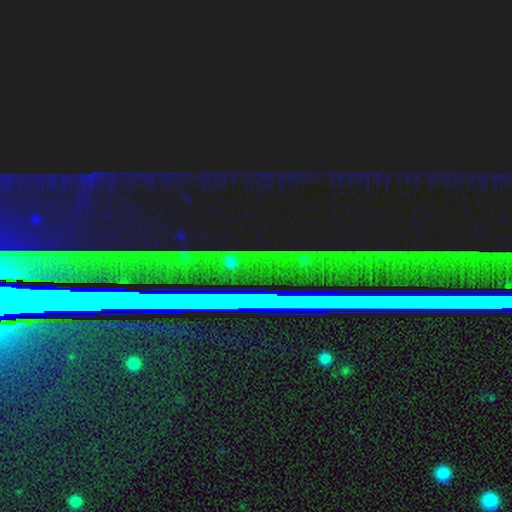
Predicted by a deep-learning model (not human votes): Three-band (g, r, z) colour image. It shows a star or artifact, not a galaxy (85%).